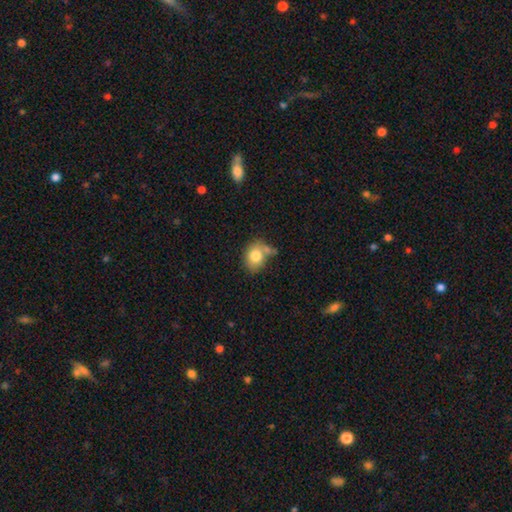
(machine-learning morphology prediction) Smooth or featured: smooth — 79% (featured or disk — 13%)
How rounded: in between — 52% (round — 47%)
Merging: none — 48% (merger — 23%)